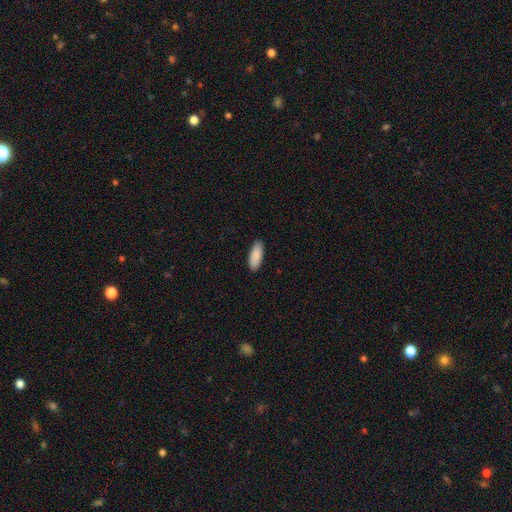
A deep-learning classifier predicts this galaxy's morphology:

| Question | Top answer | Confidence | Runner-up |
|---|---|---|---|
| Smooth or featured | smooth | 90% | star or artifact (6%) |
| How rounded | in between | 77% | cigar-shaped (22%) |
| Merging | none | 90% | minor disturbance (7%) |